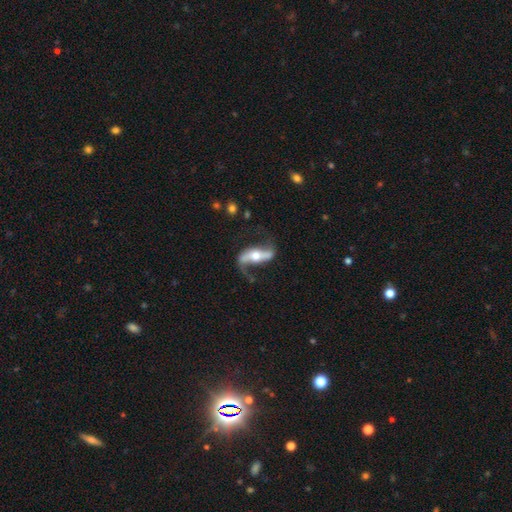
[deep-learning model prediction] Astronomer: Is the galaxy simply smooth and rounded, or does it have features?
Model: featured or disk — 82%.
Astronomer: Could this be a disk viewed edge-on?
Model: no — 83%.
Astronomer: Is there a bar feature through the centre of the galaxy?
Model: strong — 52%.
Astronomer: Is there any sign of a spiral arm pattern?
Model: yes — 92%.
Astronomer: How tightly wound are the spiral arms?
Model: loose — 77%.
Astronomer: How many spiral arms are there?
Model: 2 — 90%.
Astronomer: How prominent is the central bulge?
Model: moderate — 66%.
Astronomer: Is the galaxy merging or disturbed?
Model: none — 65%.